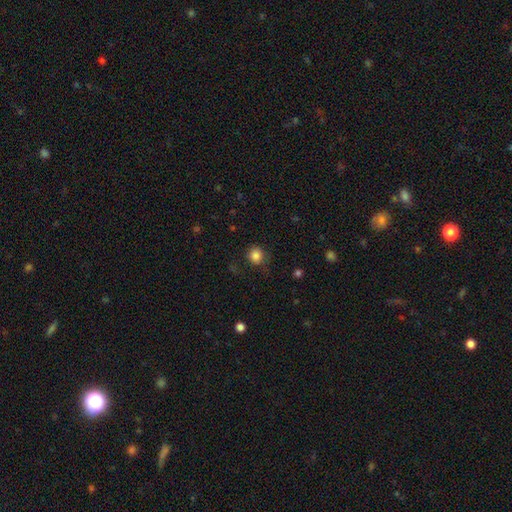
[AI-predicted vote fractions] Smooth or featured?
  - smooth: 84% *
  - star or artifact: 11%
  - featured or disk: 5%
How rounded?
  - round: 85% *
  - in between: 14%
  - cigar-shaped: 1%
Merging?
  - none: 80% *
  - minor disturbance: 14%
  - major disturbance: 5%
  - merger: 1%